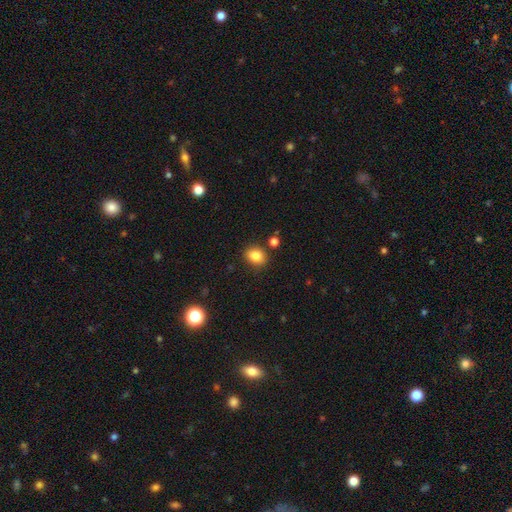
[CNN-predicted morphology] smooth 84%, star or artifact 10%, featured or disk 5%. Down the decision tree: how rounded — round (53%); merging — none (83%).